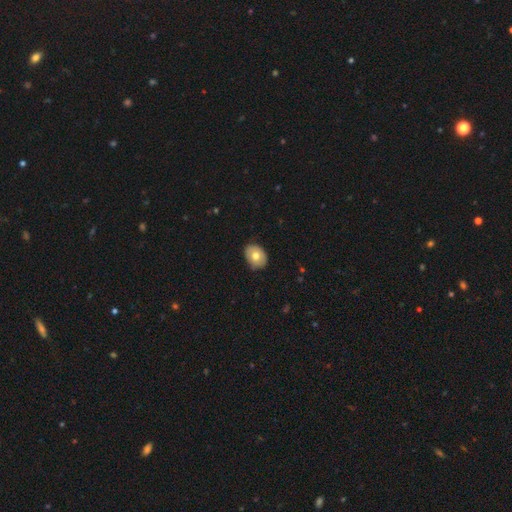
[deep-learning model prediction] Smooth or featured? smooth (68%)
How rounded? in between (59%)
Merging? none (85%)